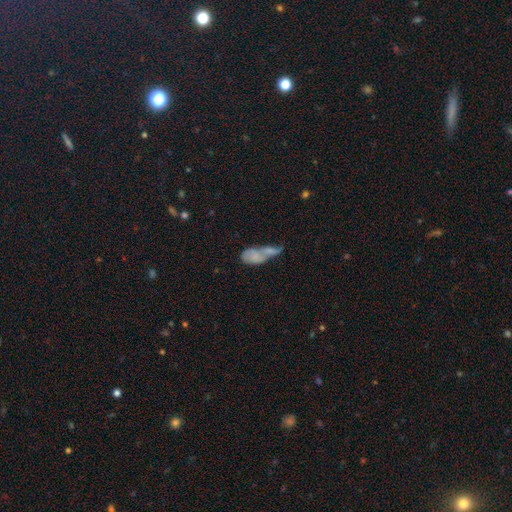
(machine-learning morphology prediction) This appears to be a smooth galaxy with no disk features (61%) that is in between round and cigar-shaped (84%). Merging: merger (62%).